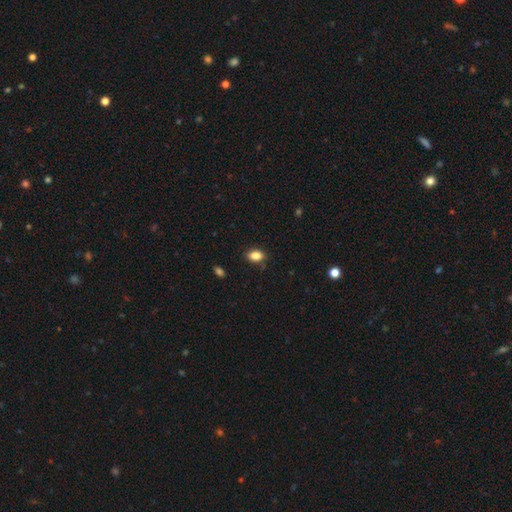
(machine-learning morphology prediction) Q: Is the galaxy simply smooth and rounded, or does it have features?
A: smooth — 86%.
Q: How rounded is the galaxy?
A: in between — 84%.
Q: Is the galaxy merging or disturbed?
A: none — 85%.